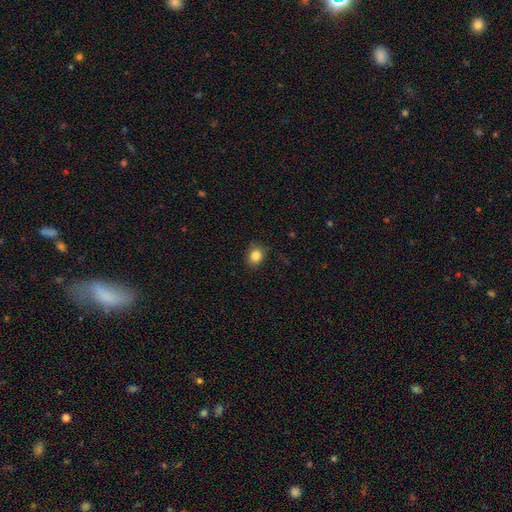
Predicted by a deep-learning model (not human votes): A smooth galaxy with no disk features (84%) that is round (59%).

Vote fractions:
- Smooth or featured? smooth: 84% / star or artifact: 10% / featured or disk: 6%
- How rounded? round: 59% / in between: 40% / cigar-shaped: 1%
- Merging? none: 81% / minor disturbance: 14% / major disturbance: 3% / merger: 1%